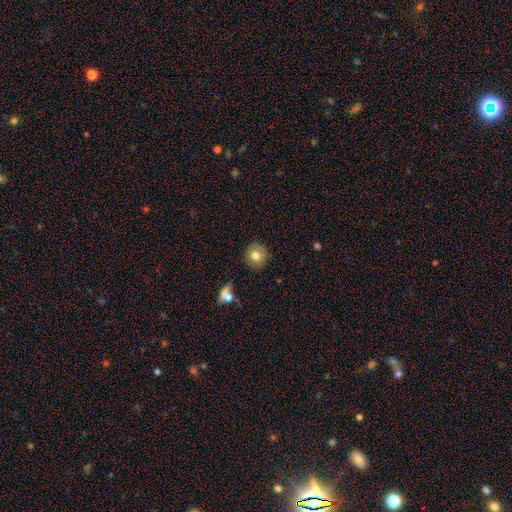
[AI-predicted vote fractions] This is likely a smooth galaxy (77%). How rounded: clearly round (88%). Merging: clearly none (85%).